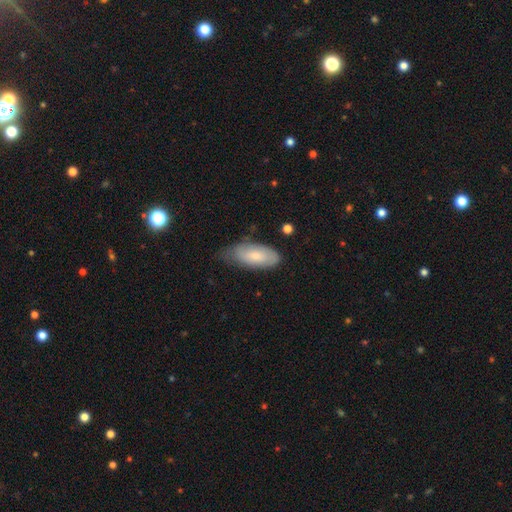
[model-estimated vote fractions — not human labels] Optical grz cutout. It shows a smooth galaxy with no disk features (72%) that is in between round and cigar-shaped (86%). Merging: none (53%).